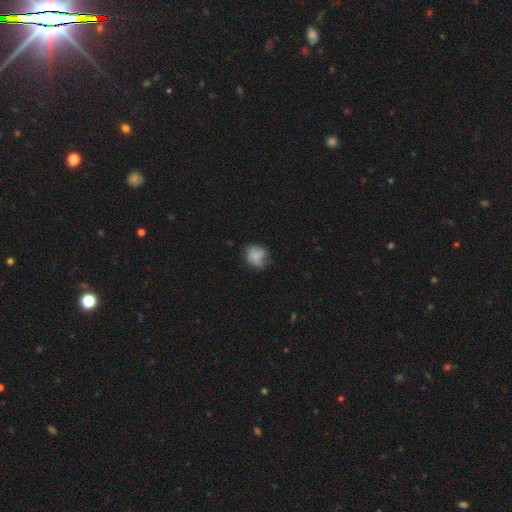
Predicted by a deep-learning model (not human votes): Morphology: type=smooth (69%); roundness=round (69%); merging=none (52%).